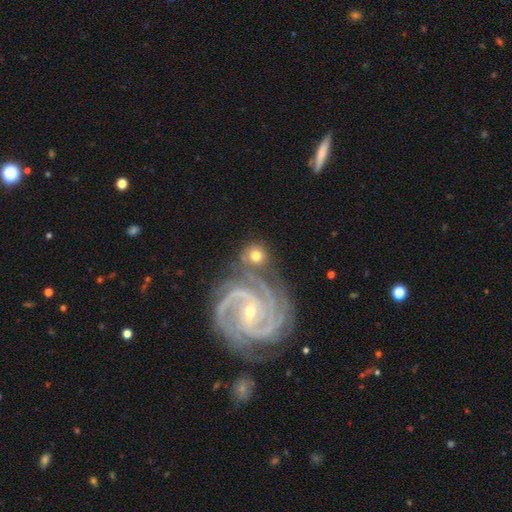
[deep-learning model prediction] A smooth galaxy with no disk features (50%). Merging: none (68%).